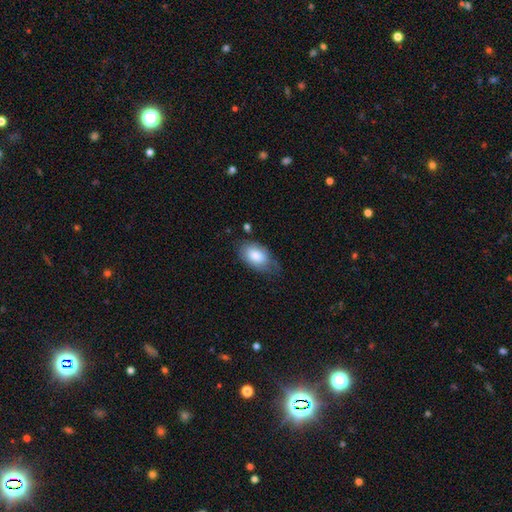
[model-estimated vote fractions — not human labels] The model was most divided on "merging": none: 55%, minor disturbance: 32%, major disturbance: 10%, merger: 3%. More confident: how rounded — in between (93%); smooth or featured — smooth (81%).